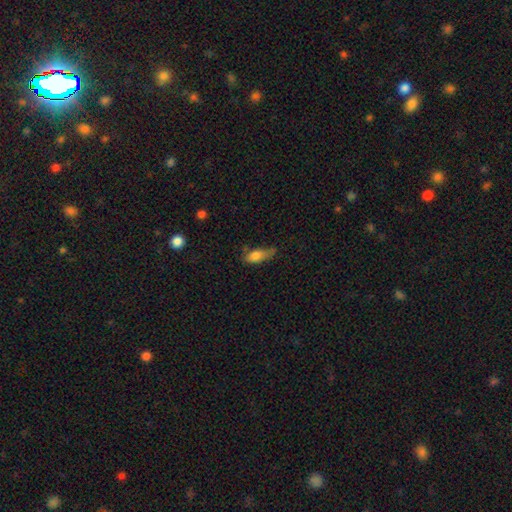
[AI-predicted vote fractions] smooth-or-featured: smooth: 77% | featured or disk: 14% | star or artifact: 8%
  how-rounded: in between: 76% | cigar-shaped: 20% | round: 4%
  merging: none: 42% | minor disturbance: 38% | major disturbance: 14% | merger: 5%